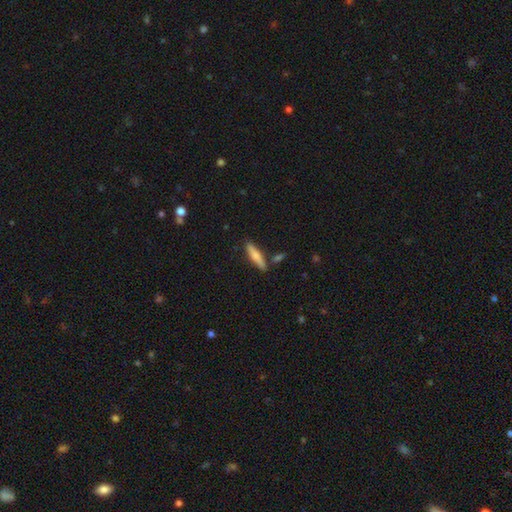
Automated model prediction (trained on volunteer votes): Q: Smooth or featured?
A: smooth (65%); runner-up: featured or disk (30%)
Q: How rounded?
A: cigar-shaped (82%); runner-up: in between (16%)
Q: Merging?
A: none (79%); runner-up: minor disturbance (12%)